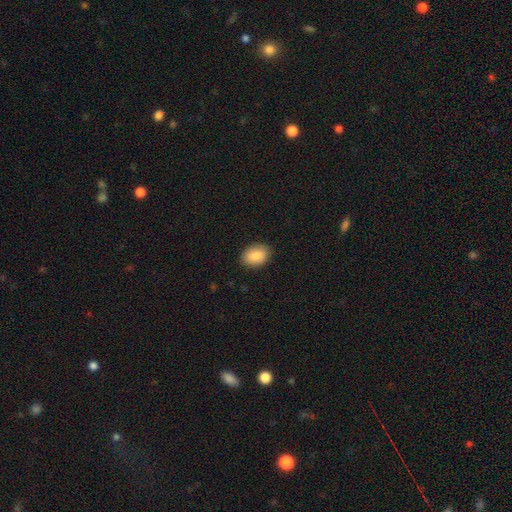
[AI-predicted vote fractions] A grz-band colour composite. It shows a smooth galaxy with no disk features (88%) that is in between round and cigar-shaped (84%). Merging: none (88%).